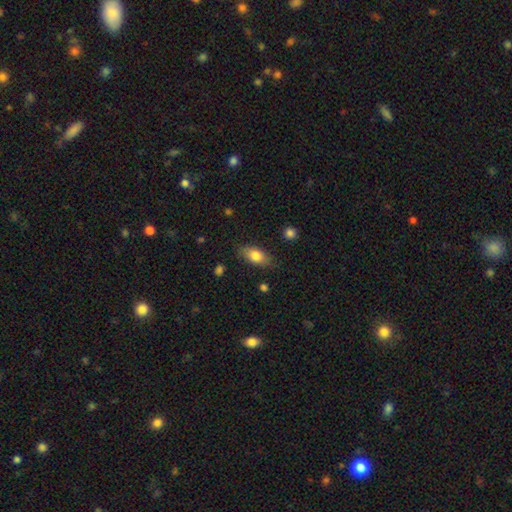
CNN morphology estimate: type=smooth (78%); roundness=in between (86%); merging=none (82%).